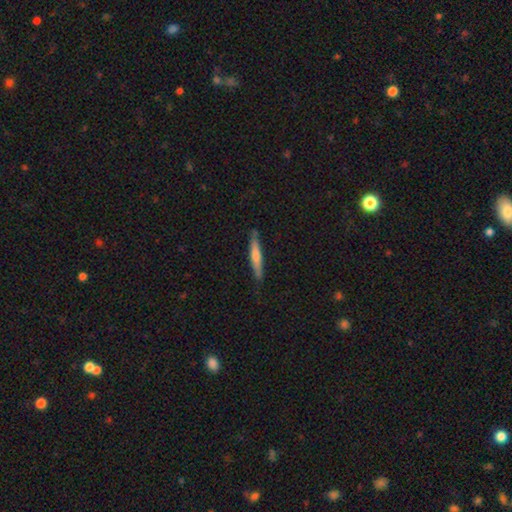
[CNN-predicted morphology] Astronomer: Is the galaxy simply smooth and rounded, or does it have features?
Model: smooth — 48% (runner-up: featured or disk, 46%).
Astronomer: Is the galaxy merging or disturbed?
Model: none — 86%.